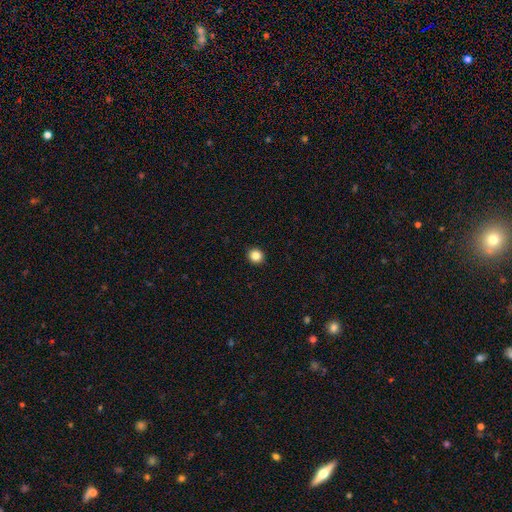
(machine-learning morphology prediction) smooth_or_featured: smooth (p=0.84) [alt: star or artifact p=0.11]
how_rounded: round (p=0.85) [alt: in between p=0.14]
merging: none (p=0.93) [alt: minor disturbance p=0.05]